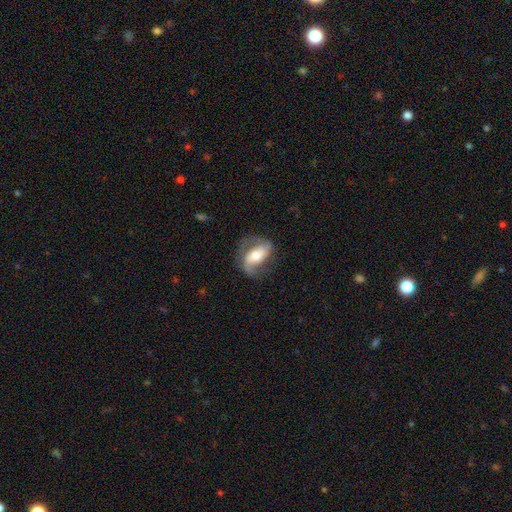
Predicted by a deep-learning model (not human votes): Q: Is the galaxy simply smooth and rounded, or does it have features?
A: featured or disk — 74%.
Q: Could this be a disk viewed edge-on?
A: no — 95%.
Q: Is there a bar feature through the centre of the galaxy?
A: no — 34%, tied with strong.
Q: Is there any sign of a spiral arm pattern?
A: yes — 90%.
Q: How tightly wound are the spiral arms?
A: loose — 41%, tied with medium.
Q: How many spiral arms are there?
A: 2 — 85%.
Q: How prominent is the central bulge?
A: moderate — 63%.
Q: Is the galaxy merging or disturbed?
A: none — 68%.